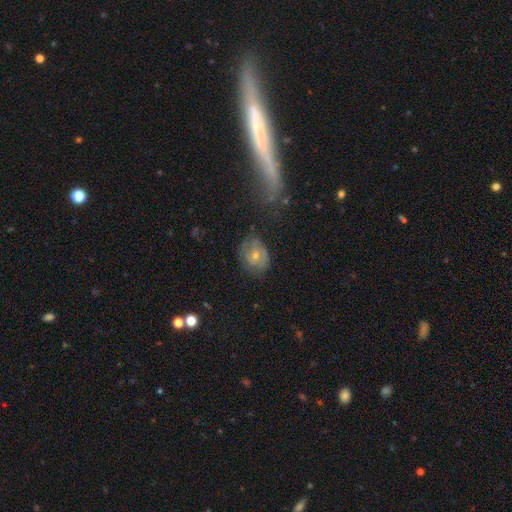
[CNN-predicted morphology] type=smooth (53%); roundness=round (50%); merging=none (60%).